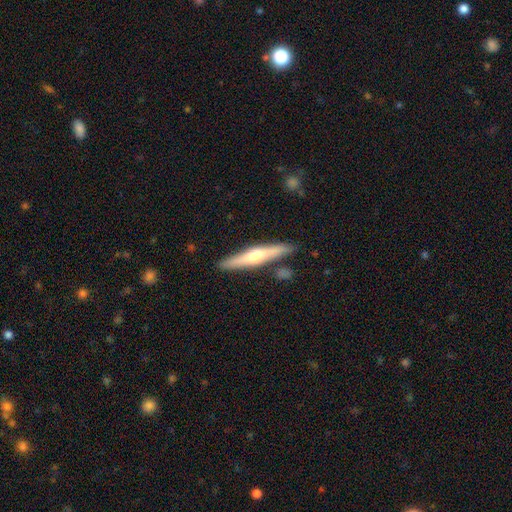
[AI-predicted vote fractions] A featured or disk galaxy (56%) viewed edge-on (96%) with a rounded central bulge (87%). Merging: none (85%).